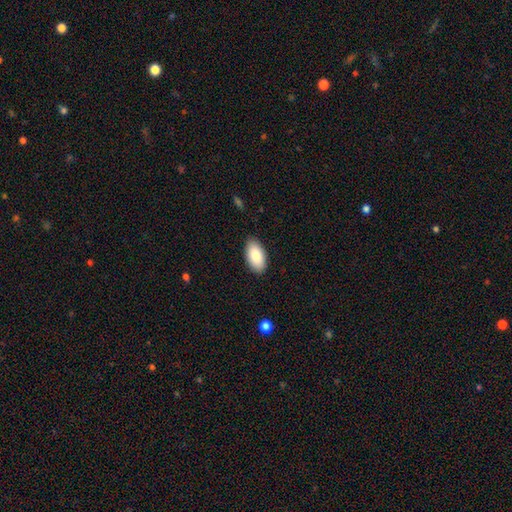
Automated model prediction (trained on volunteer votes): This is clearly a smooth galaxy (87%). How rounded: clearly in between (95%). Merging: clearly none (88%).